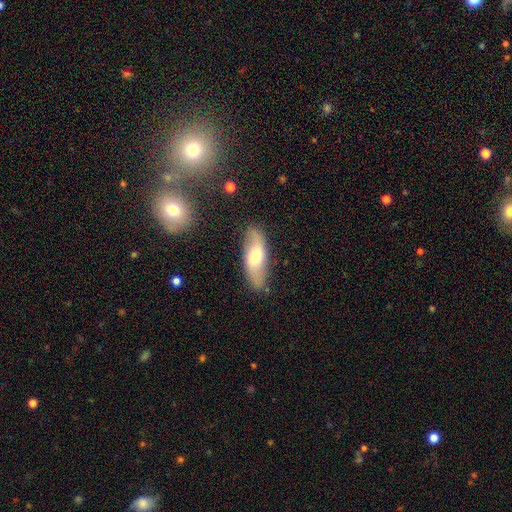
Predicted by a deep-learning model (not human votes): A smooth galaxy with no disk features (51%) that is in between round and cigar-shaped (67%).

Vote fractions:
- Smooth or featured? smooth: 51% / featured or disk: 43% / star or artifact: 6%
- How rounded? in between: 67% / cigar-shaped: 29% / round: 3%
- Merging? none: 81% / minor disturbance: 14% / major disturbance: 3% / merger: 2%